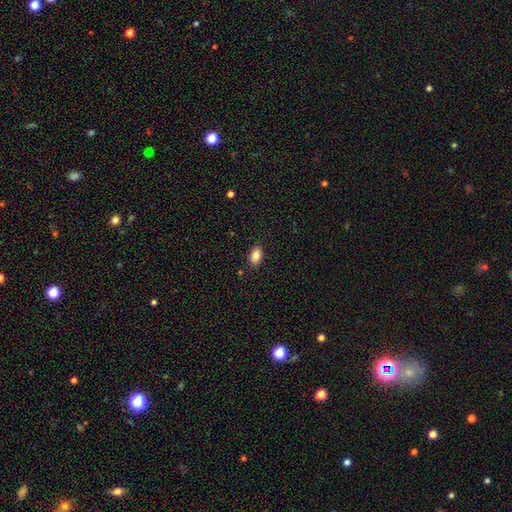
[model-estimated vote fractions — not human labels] Morphology: type=smooth (85%); roundness=in between (89%); merging=none (87%).